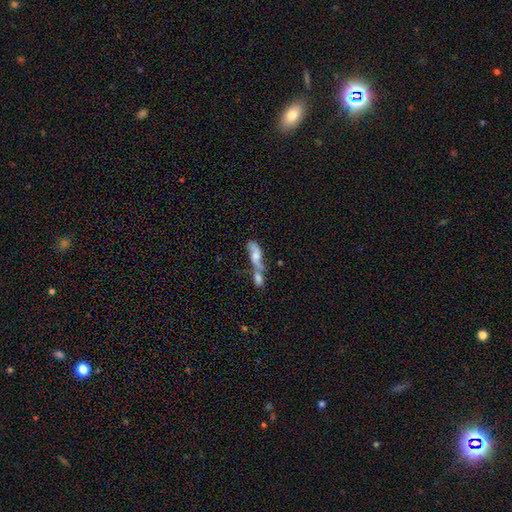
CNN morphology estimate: featured or disk 53%, smooth 39%, star or artifact 9%. Down the decision tree: edge-on disk — no (84%); merging — merger (66%).